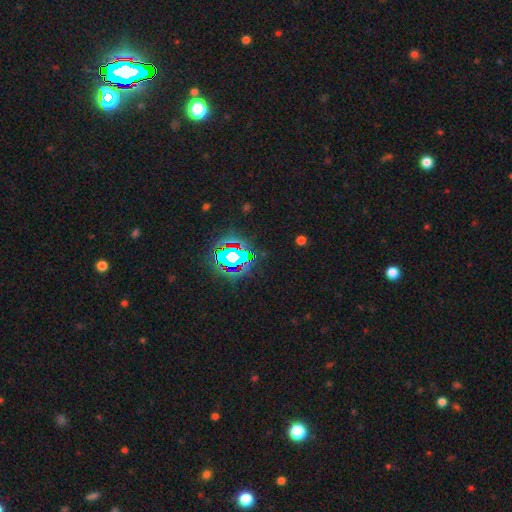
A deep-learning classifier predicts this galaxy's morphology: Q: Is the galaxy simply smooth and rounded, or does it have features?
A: star or artifact — 82%.